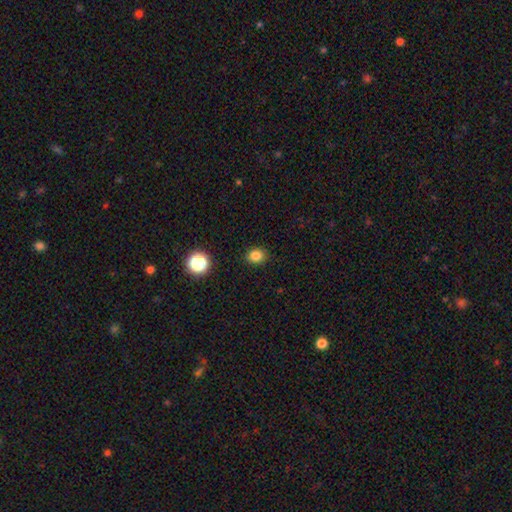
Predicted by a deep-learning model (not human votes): A smooth galaxy with no disk features (82%) that is round (62%).

Vote fractions:
- Smooth or featured? smooth: 82% / star or artifact: 13% / featured or disk: 4%
- How rounded? round: 62% / in between: 37% / cigar-shaped: 1%
- Merging? none: 89% / minor disturbance: 7% / major disturbance: 2% / merger: 1%